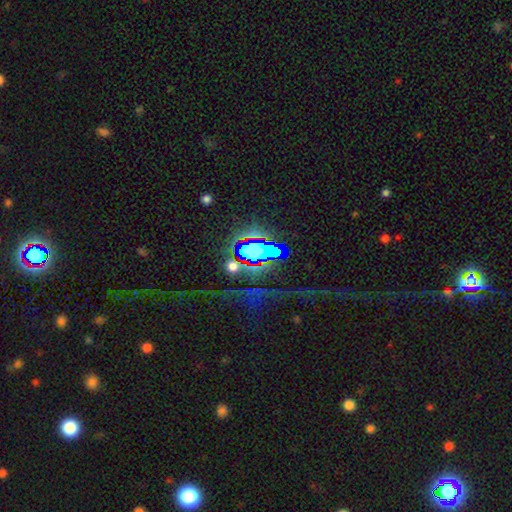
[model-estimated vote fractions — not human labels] A star or artifact, not a galaxy (63%).